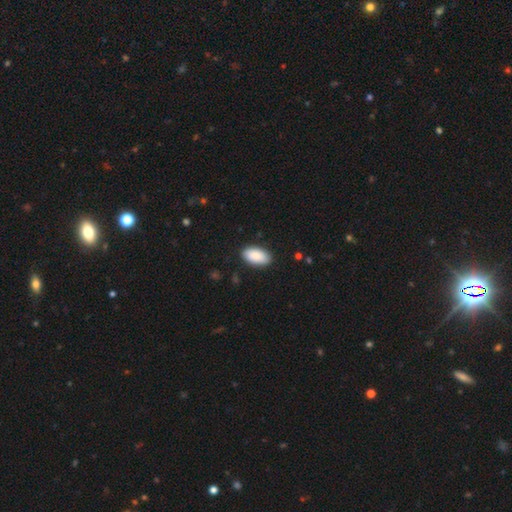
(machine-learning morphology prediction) smooth-or-featured: smooth: 89% | star or artifact: 6% | featured or disk: 6%
  how-rounded: in between: 95% | round: 2% | cigar-shaped: 2%
  merging: none: 88% | minor disturbance: 9% | major disturbance: 2% | merger: 1%